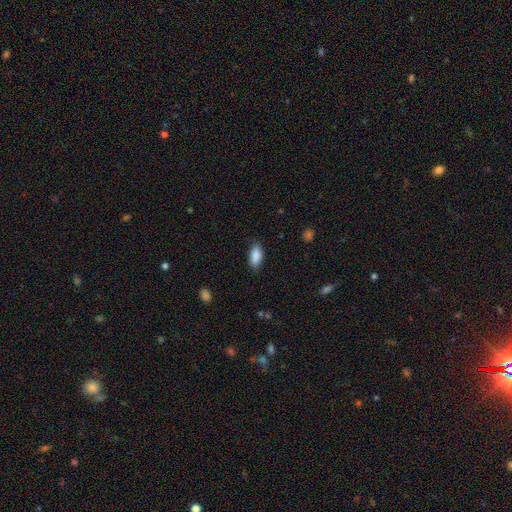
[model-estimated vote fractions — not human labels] A smooth galaxy with no disk features (89%) that is in between round and cigar-shaped (87%). Merging: none (84%).